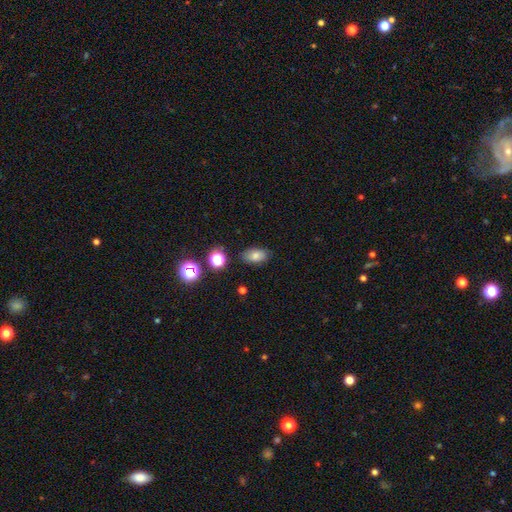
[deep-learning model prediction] Morphology: type=smooth (78%); roundness=in between (88%); merging=none (84%).